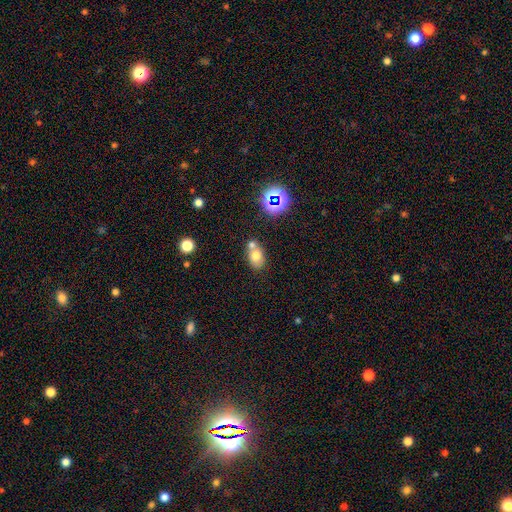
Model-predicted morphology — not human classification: A smooth galaxy with no disk features (70%) that is in between round and cigar-shaped (70%).

Vote fractions:
- Smooth or featured? smooth: 70% / featured or disk: 16% / star or artifact: 14%
- How rounded? in between: 70% / round: 29% / cigar-shaped: 1%
- Merging? none: 45% / merger: 39% / minor disturbance: 12% / major disturbance: 4%